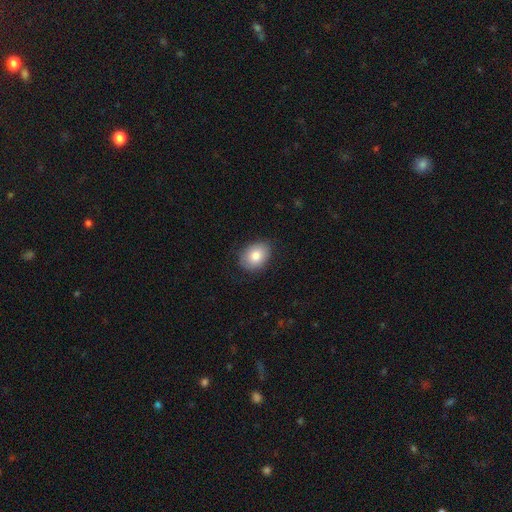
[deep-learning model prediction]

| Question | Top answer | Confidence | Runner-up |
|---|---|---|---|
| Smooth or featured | smooth | 83% | featured or disk (10%) |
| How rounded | in between | 68% | round (31%) |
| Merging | none | 83% | minor disturbance (13%) |